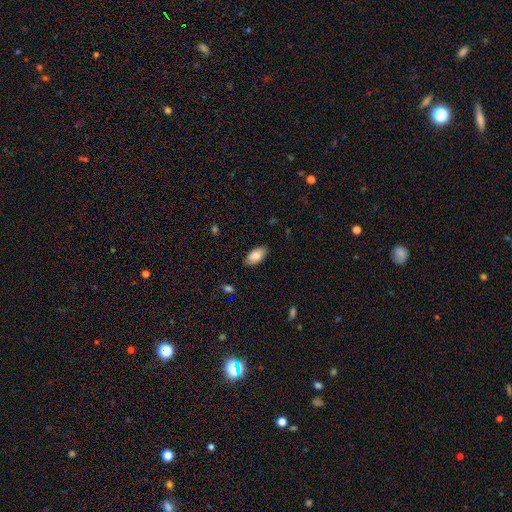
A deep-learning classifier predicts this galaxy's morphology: Smooth or featured?
  - smooth: 86% *
  - featured or disk: 8%
  - star or artifact: 7%
How rounded?
  - in between: 94% *
  - round: 3%
  - cigar-shaped: 3%
Merging?
  - none: 85% *
  - minor disturbance: 12%
  - major disturbance: 3%
  - merger: 1%